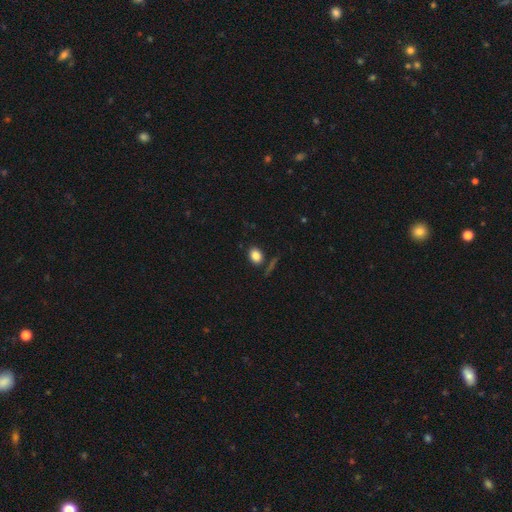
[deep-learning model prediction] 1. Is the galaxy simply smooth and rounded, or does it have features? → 84% smooth, 10% star or artifact, 6% featured or disk.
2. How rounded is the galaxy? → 65% in between, 34% round, 2% cigar-shaped.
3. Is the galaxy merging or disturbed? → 79% none, 11% minor disturbance, 6% merger, 4% major disturbance.